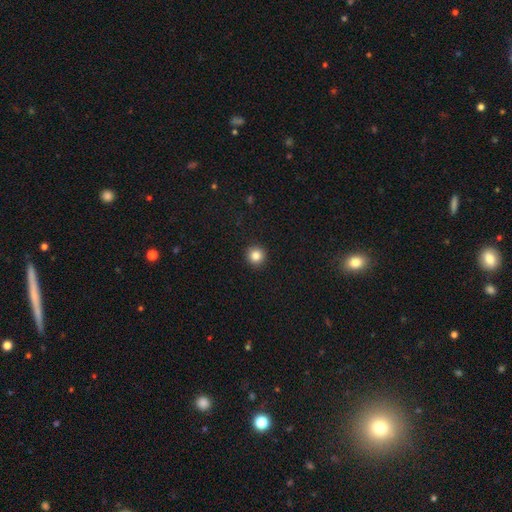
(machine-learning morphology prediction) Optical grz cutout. It shows a smooth galaxy with no disk features (84%) that is round (96%). Merging: none (93%).